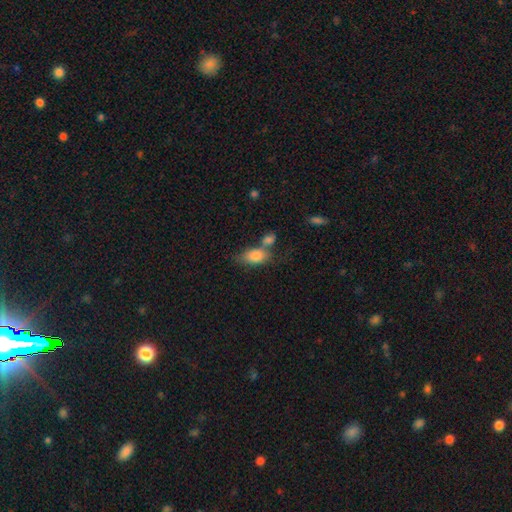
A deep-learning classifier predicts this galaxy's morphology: Smooth or featured?
  - smooth: 81% *
  - featured or disk: 11%
  - star or artifact: 8%
How rounded?
  - in between: 86% *
  - round: 9%
  - cigar-shaped: 5%
Merging?
  - none: 41% *
  - merger: 36%
  - minor disturbance: 16%
  - major disturbance: 7%